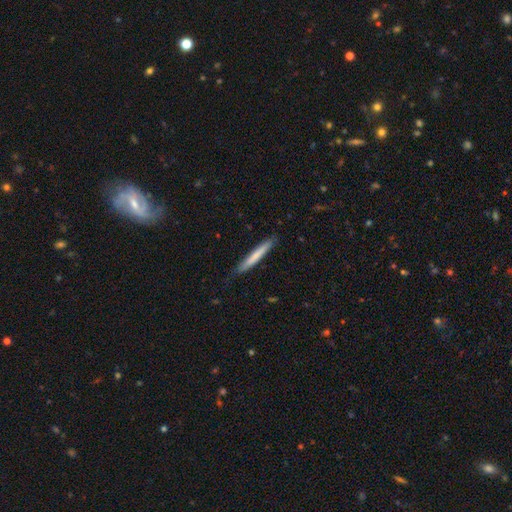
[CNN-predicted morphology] Smooth or featured? Predicted: smooth (p=0.70). How rounded? Predicted: cigar-shaped (p=0.96). Merging? Predicted: none (p=0.84).